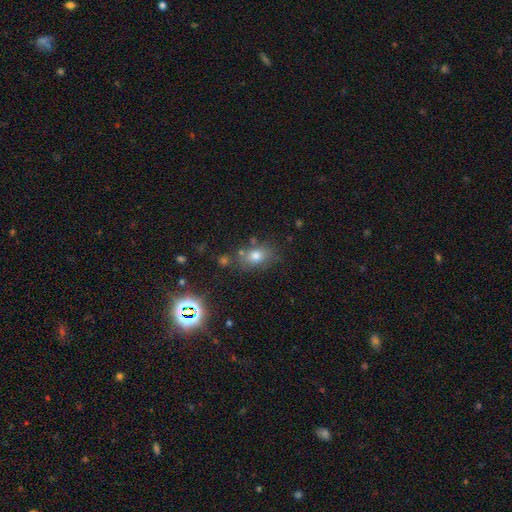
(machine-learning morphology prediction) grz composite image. It shows a smooth galaxy with no disk features (72%) that is in between round and cigar-shaped (71%). Merging: none (69%).